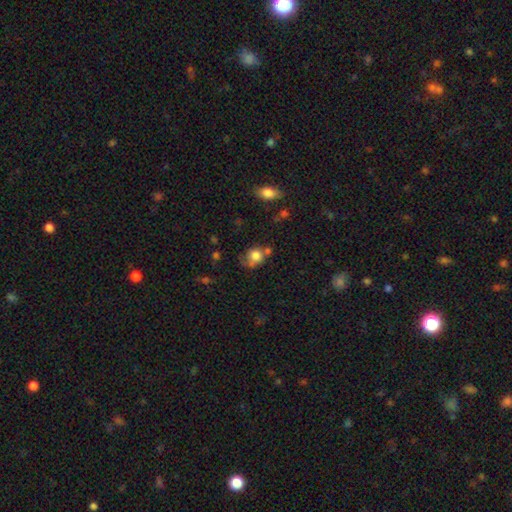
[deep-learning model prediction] Smooth or featured? smooth (78%)
How rounded? round (67%)
Merging? none (40%)